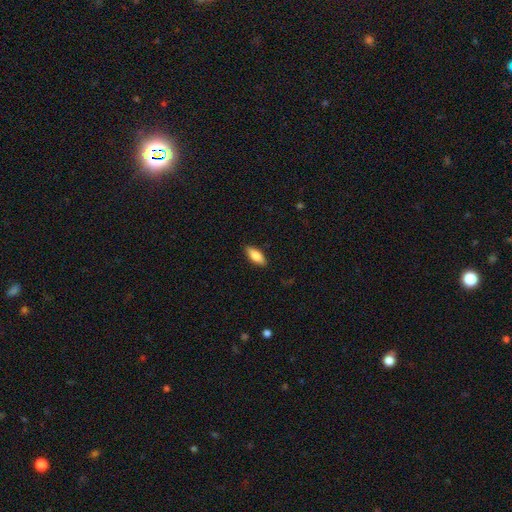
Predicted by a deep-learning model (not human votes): This is clearly a smooth galaxy (81%). How rounded: likely in between (77%). Merging: clearly none (88%).